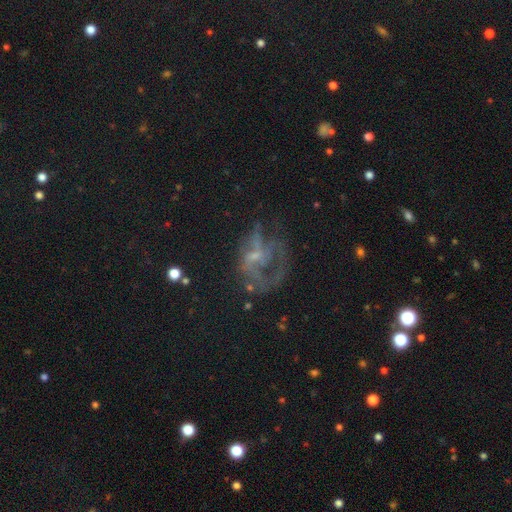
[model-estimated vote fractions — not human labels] The model was most divided on "spiral arms": yes: 54%, no: 46%. Remaining: edge-on disk — no (96%); bar — no (69%); bulge size — small (54%); smooth or featured — featured or disk (53%); merging — none (43%).